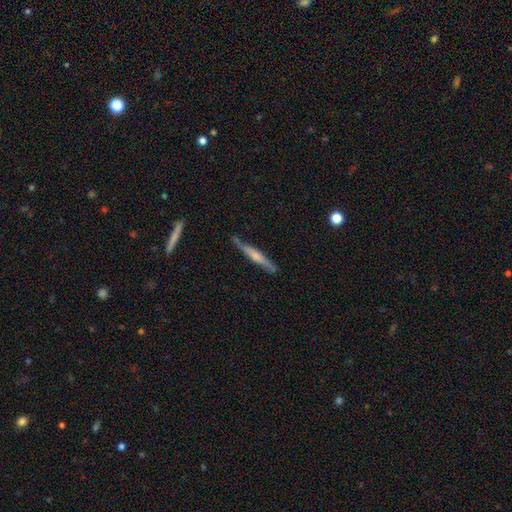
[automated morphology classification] type=featured or disk (52%); edge-on=yes (93%); merging=none (79%).